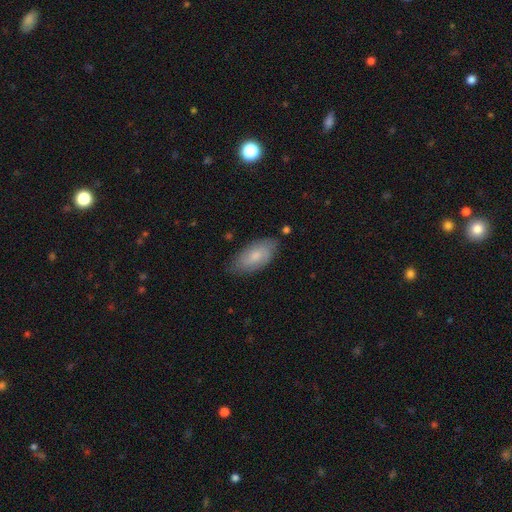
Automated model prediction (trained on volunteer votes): Morphology: type=smooth (67%); roundness=in between (91%); merging=none (77%).